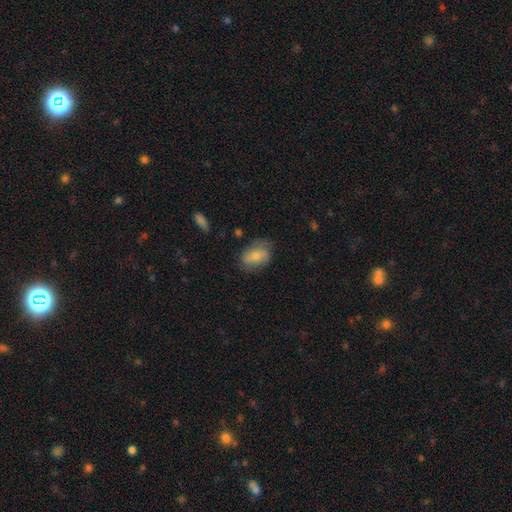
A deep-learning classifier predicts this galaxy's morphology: smooth 68%, featured or disk 25%, star or artifact 7%. Down the decision tree: how rounded — in between (80%); merging — none (66%).